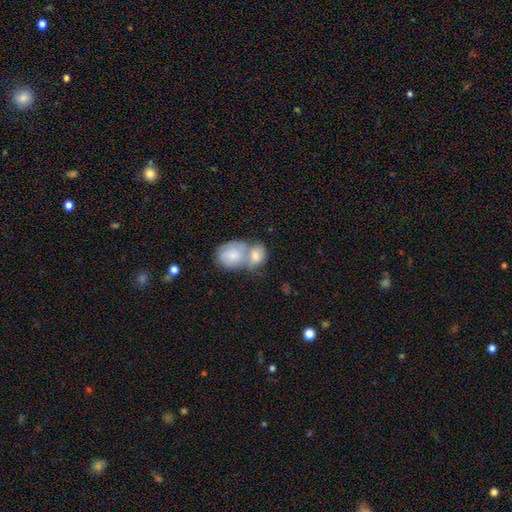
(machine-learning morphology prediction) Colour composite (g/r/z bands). It shows a smooth galaxy with no disk features (71%) that is in between round and cigar-shaped (64%). Merging: merger (72%).